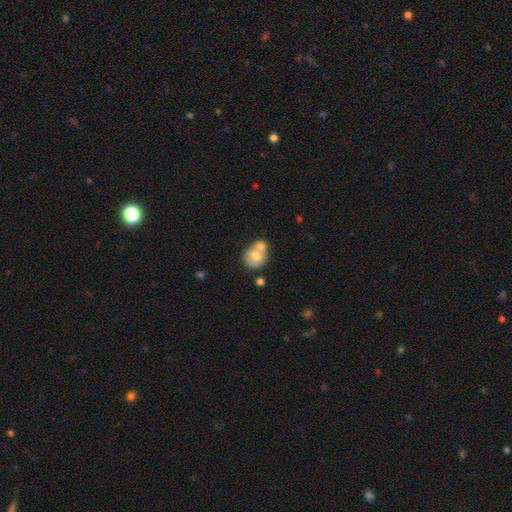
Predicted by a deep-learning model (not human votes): A smooth galaxy with no disk features (68%) that is round (65%). Merging: merger (56%).